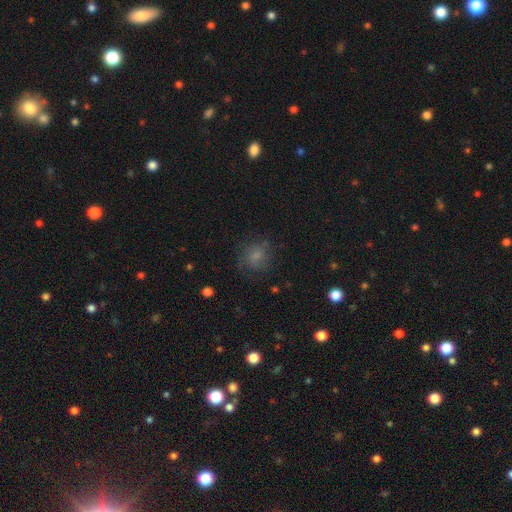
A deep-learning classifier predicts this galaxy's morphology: Smooth or featured? Predicted: smooth (p=0.70). How rounded? Predicted: round (p=0.73). Merging? Predicted: none (p=0.68).